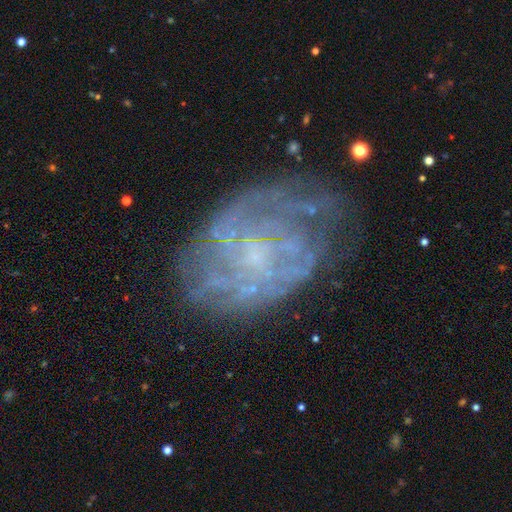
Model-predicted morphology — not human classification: This appears to be a featured or disk galaxy (75%) with no bar (72%), tight (55%) spiral arms (74%) and a small central bulge (51%). Merging: none (64%).